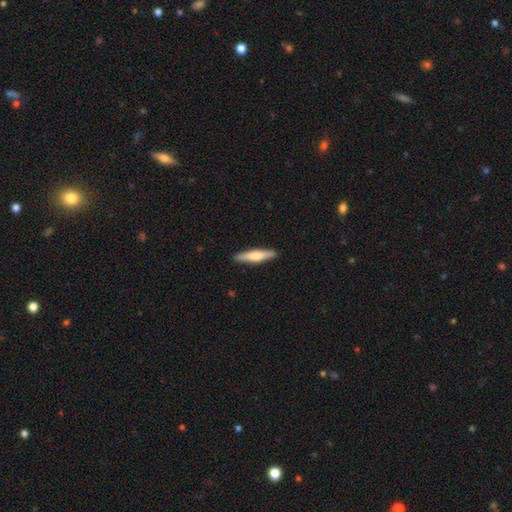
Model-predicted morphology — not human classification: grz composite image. It shows a smooth galaxy with no disk features (55%) that is cigar-shaped (85%). Merging: none (91%).